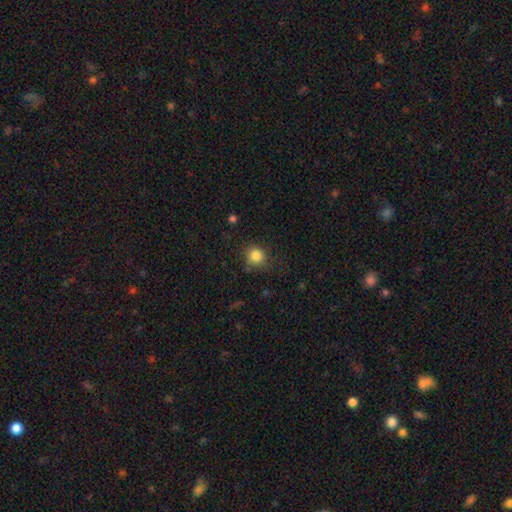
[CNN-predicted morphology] Smooth or featured: smooth — 83% (star or artifact — 11%)
How rounded: round — 87% (in between — 12%)
Merging: none — 80% (minor disturbance — 14%)